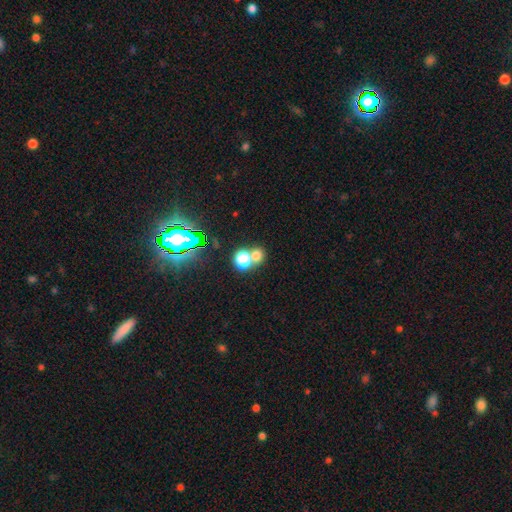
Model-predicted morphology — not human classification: Smooth or featured?
  - smooth: 68% *
  - star or artifact: 22%
  - featured or disk: 10%
How rounded?
  - round: 76% *
  - in between: 23%
  - cigar-shaped: 1%
Merging?
  - merger: 46% *
  - none: 44%
  - minor disturbance: 6%
  - major disturbance: 3%